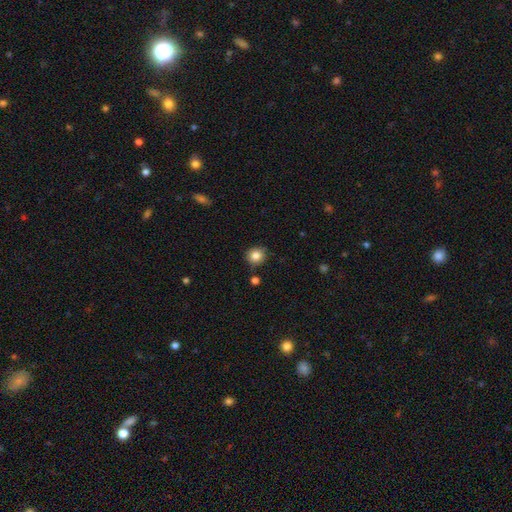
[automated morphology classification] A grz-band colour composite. It shows a smooth galaxy with no disk features (84%) that is round (90%). Merging: none (84%).